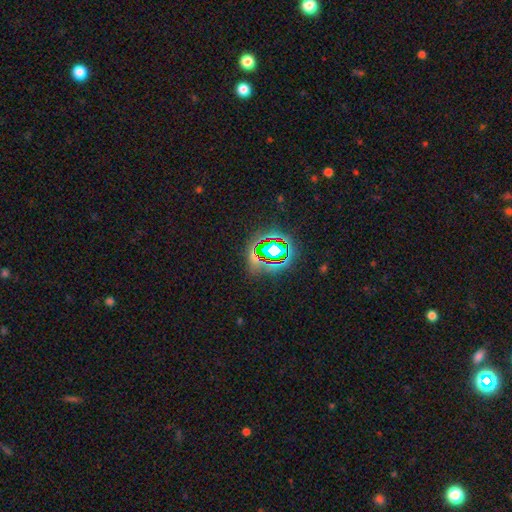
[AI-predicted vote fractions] Smooth or featured?
  - star or artifact: 71% *
  - smooth: 19%
  - featured or disk: 11%